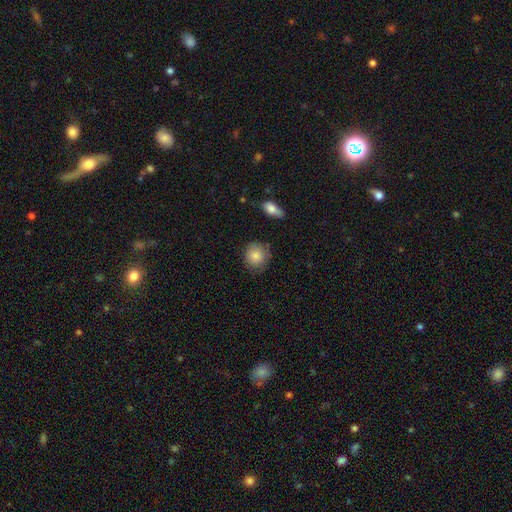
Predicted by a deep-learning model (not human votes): This appears to be a smooth galaxy with no disk features (85%) that is round (86%). Merging: none (78%).